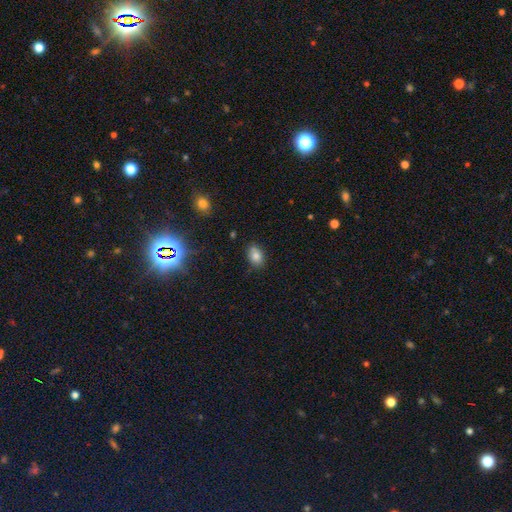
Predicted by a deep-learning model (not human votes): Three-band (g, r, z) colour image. It shows a smooth galaxy with no disk features (79%) that is in between round and cigar-shaped (79%). Merging: none (76%).